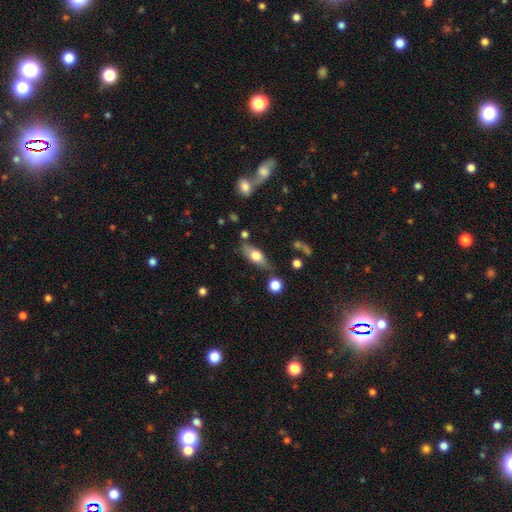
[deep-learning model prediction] Q: Smooth or featured?
A: smooth (61%); runner-up: featured or disk (31%)
Q: How rounded?
A: in between (74%); runner-up: cigar-shaped (21%)
Q: Merging?
A: none (70%); runner-up: minor disturbance (18%)